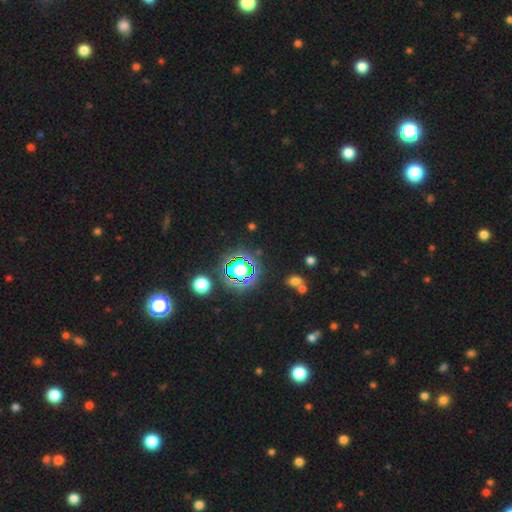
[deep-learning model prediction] This is likely a star or artifact rather than a galaxy (78%).